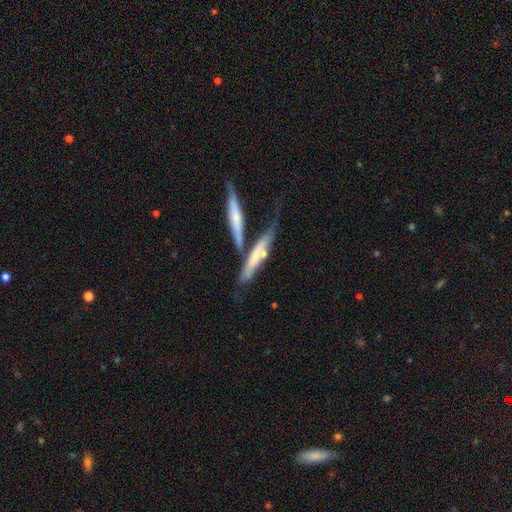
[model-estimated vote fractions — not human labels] Smooth or featured?
  - featured or disk: 50% *
  - smooth: 43%
  - star or artifact: 7%
Edge-on disk?
  - yes: 77% *
  - no: 23%
Merging?
  - none: 43% *
  - merger: 33%
  - minor disturbance: 17%
  - major disturbance: 7%